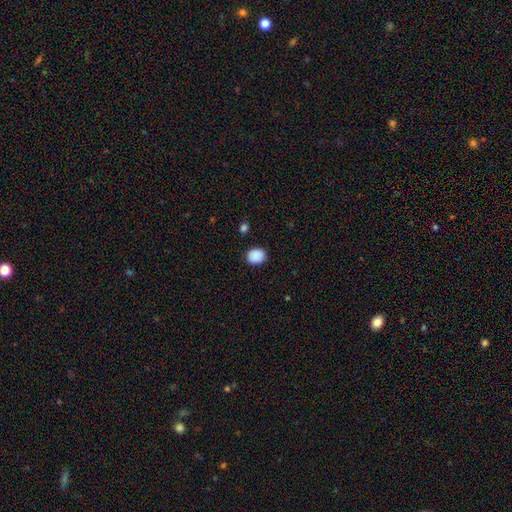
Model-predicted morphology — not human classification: Smooth or featured? smooth (89%)
How rounded? round (61%)
Merging? none (87%)